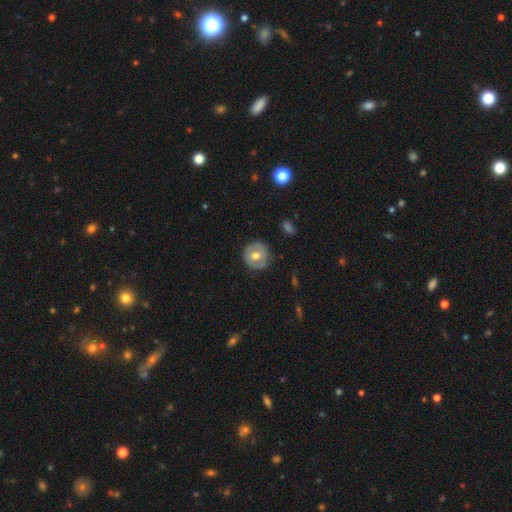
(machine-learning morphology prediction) type=smooth (51%); roundness=round (92%); merging=none (83%).